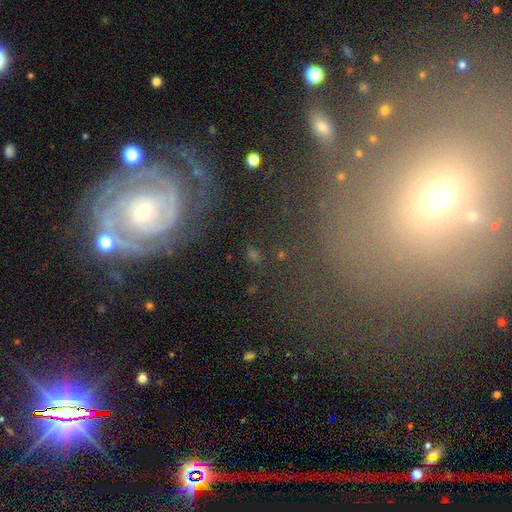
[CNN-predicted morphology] Overall: featured or disk (71%). Edge-on disk: no (95%). Bar: no (56%; weak 28%). Spiral arms: yes (92%). Spiral arm count: 2 (53%; can't tell 17%). Spiral winding: tight (65%; medium 27%). Bulge size: small (64%; moderate 30%). Merging: none (60%).